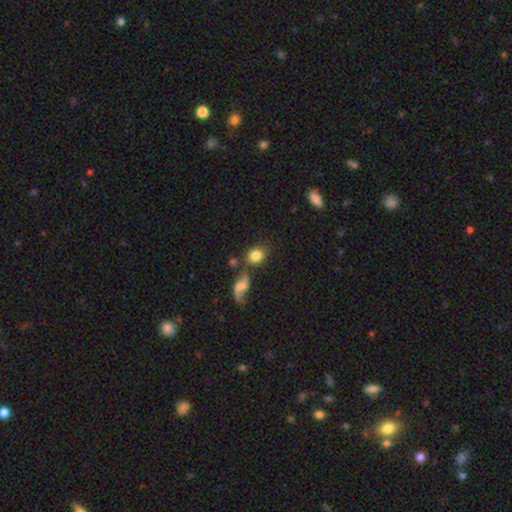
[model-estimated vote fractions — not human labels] Smooth or featured?
  - smooth: 78% *
  - featured or disk: 13%
  - star or artifact: 9%
How rounded?
  - round: 54% *
  - in between: 44%
  - cigar-shaped: 2%
Merging?
  - none: 59% *
  - merger: 21%
  - minor disturbance: 13%
  - major disturbance: 6%